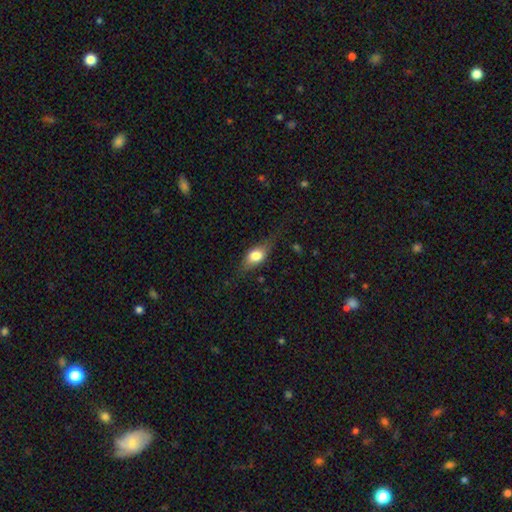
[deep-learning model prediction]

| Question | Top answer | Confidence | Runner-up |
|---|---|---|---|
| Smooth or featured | smooth | 68% | featured or disk (24%) |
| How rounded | in between | 77% | cigar-shaped (12%) |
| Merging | none | 66% | minor disturbance (23%) |